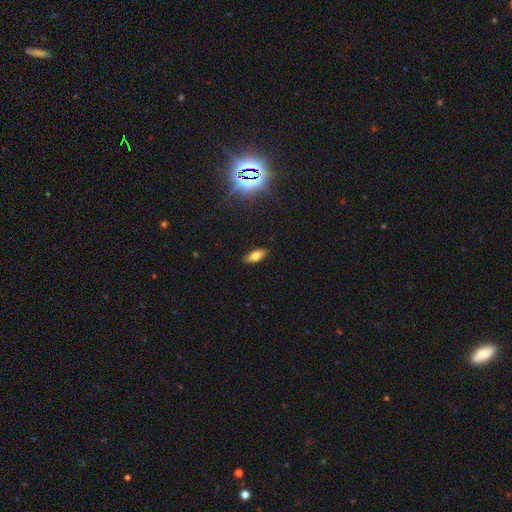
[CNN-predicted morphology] A smooth galaxy with no disk features (72%) that is in between round and cigar-shaped (80%). Merging: none (87%).